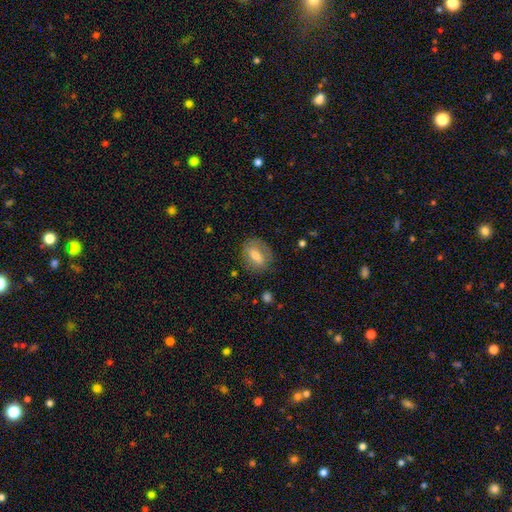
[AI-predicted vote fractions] smooth_or_featured: smooth (p=0.61) [alt: featured or disk p=0.32]
how_rounded: in between (p=0.72) [alt: round p=0.23]
merging: none (p=0.77) [alt: minor disturbance p=0.16]